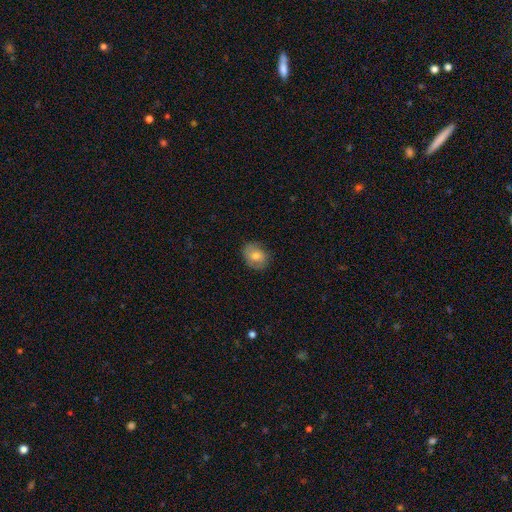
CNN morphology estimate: A smooth galaxy with no disk features (69%) that is in between round and cigar-shaped (52%). Merging: none (80%).